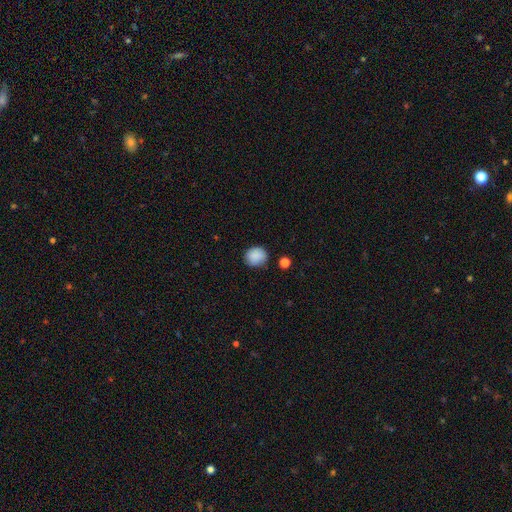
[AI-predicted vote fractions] smooth-or-featured: smooth: 87% | star or artifact: 8% | featured or disk: 5%
  how-rounded: round: 79% | in between: 20% | cigar-shaped: 1%
  merging: none: 79% | minor disturbance: 15% | major disturbance: 3% | merger: 3%